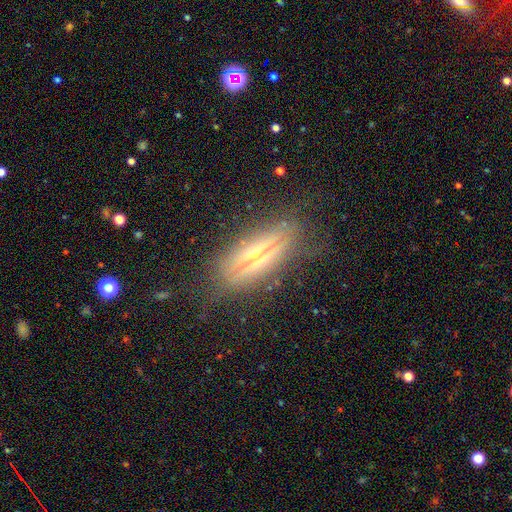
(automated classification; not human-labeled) Smooth or featured: featured or disk — 71% (smooth — 20%)
Edge-on disk: yes — 86% (no — 14%)
Edge-on bulge: rounded — 78% (none — 13%)
Merging: none — 73% (minor disturbance — 17%)